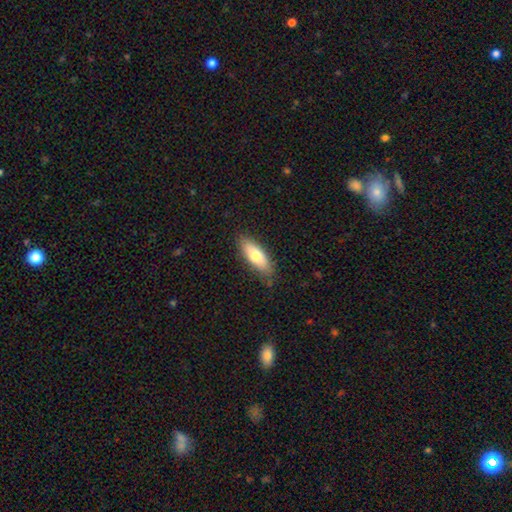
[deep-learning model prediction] Smooth or featured: smooth — 73% (featured or disk — 21%)
How rounded: in between — 66% (cigar-shaped — 32%)
Merging: none — 82% (minor disturbance — 14%)